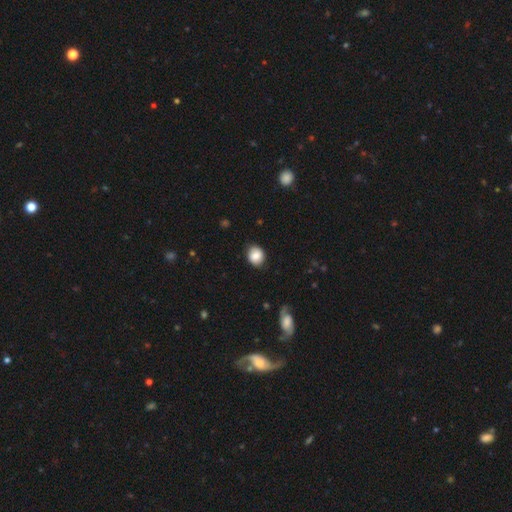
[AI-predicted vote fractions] A smooth galaxy with no disk features (80%) that is round (58%).

Vote fractions:
- Smooth or featured? smooth: 80% / featured or disk: 12% / star or artifact: 8%
- How rounded? round: 58% / in between: 41% / cigar-shaped: 1%
- Merging? none: 81% / minor disturbance: 14% / major disturbance: 3% / merger: 1%